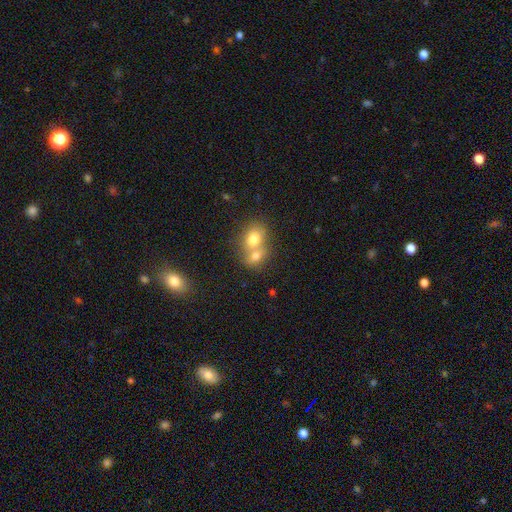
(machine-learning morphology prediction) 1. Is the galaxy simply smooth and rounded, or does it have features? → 73% smooth, 17% featured or disk, 10% star or artifact.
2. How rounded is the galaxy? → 52% in between, 47% round, 1% cigar-shaped.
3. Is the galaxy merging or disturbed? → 69% merger, 22% none, 6% minor disturbance, 3% major disturbance.